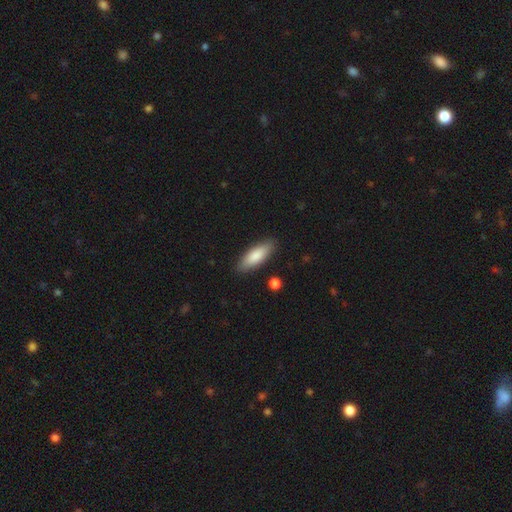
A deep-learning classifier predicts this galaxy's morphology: Smooth or featured? Predicted: smooth (p=0.82). How rounded? Predicted: in between (p=0.57). Merging? Predicted: none (p=0.86).